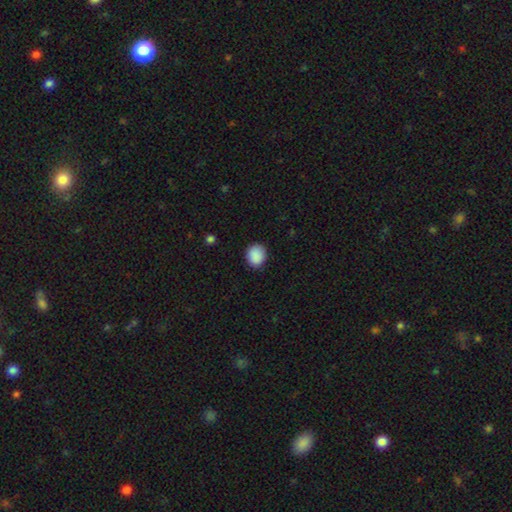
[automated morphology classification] Smooth or featured: smooth — 90% (star or artifact — 8%)
How rounded: round — 63% (in between — 36%)
Merging: none — 86% (minor disturbance — 10%)